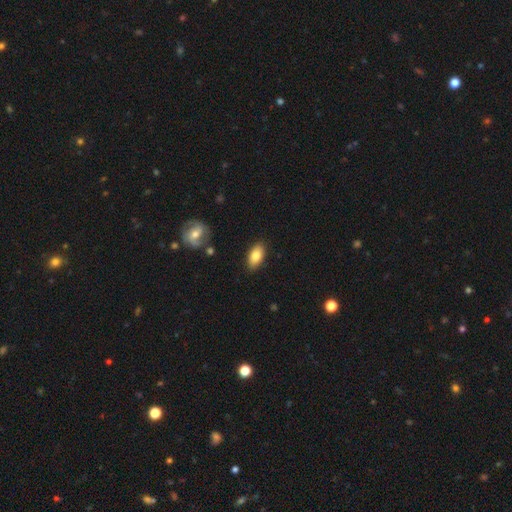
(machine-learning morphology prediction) This is clearly a smooth galaxy (81%). How rounded: clearly in between (92%). Merging: clearly none (86%).